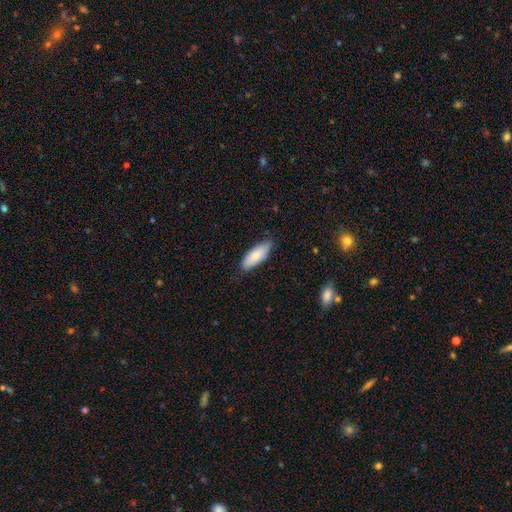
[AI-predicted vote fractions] Overall: smooth (82%). How rounded: in between (71%). Merging: none (79%).